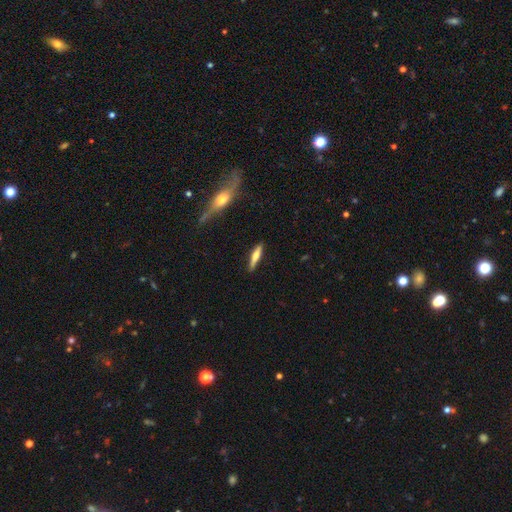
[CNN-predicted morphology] type=smooth (52%); roundness=cigar-shaped (82%); merging=none (86%).